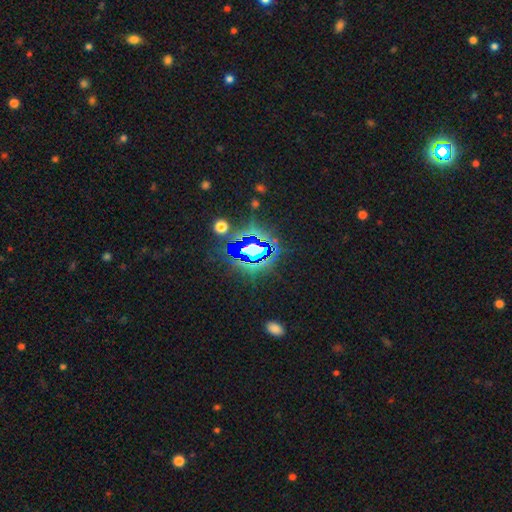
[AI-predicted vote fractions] star or artifact 75%, smooth 13%, featured or disk 12%.